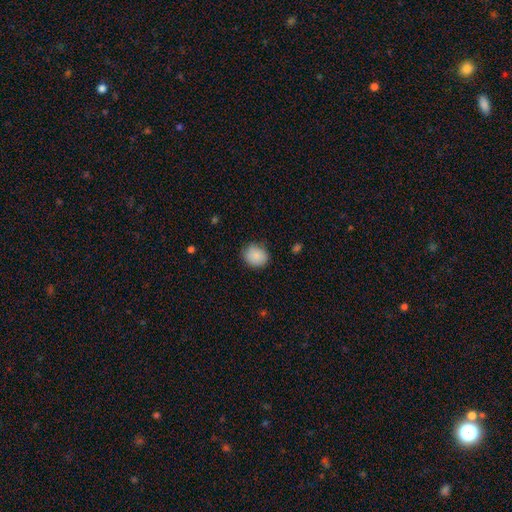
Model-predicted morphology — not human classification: Q: Smooth or featured?
A: smooth (88%); runner-up: star or artifact (8%)
Q: How rounded?
A: round (74%); runner-up: in between (25%)
Q: Merging?
A: none (83%); runner-up: minor disturbance (13%)